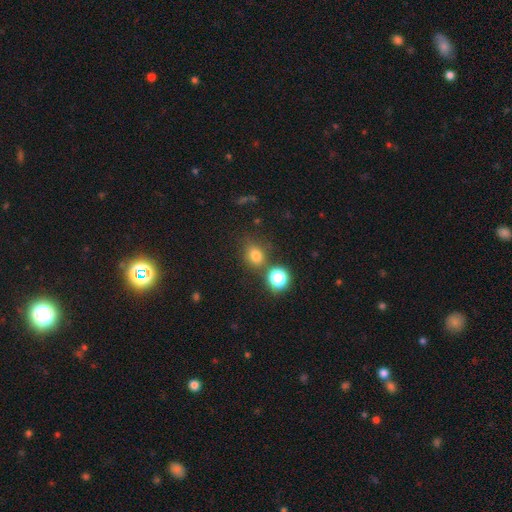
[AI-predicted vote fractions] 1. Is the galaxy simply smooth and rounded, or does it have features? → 74% smooth, 19% star or artifact, 7% featured or disk.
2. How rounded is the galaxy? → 63% round, 36% in between, 1% cigar-shaped.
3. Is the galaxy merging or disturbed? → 70% none, 13% minor disturbance, 12% merger, 5% major disturbance.